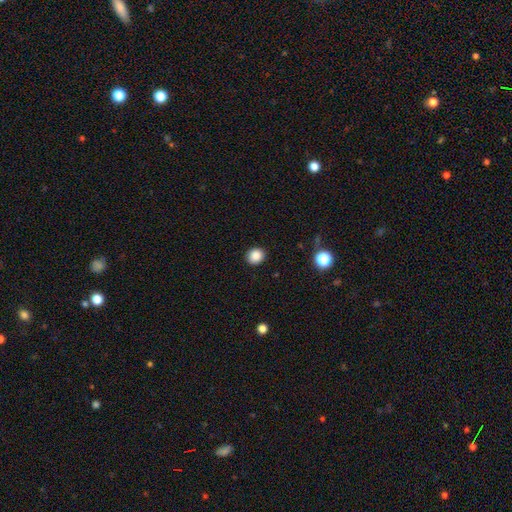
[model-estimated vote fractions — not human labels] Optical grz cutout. It shows a smooth galaxy with no disk features (86%) that is round (76%). Merging: none (91%).